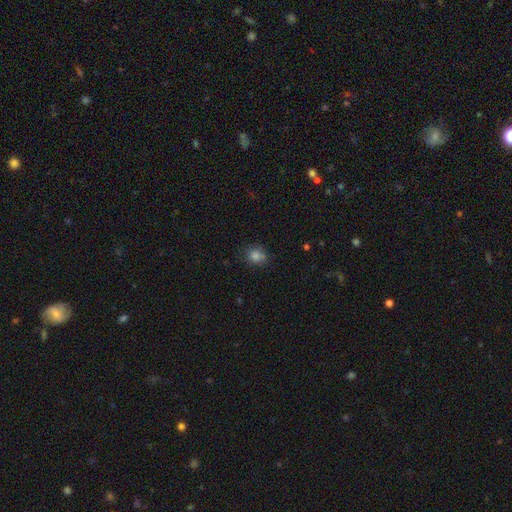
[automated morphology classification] Q: Smooth or featured?
A: smooth (82%); runner-up: star or artifact (12%)
Q: How rounded?
A: round (63%); runner-up: in between (36%)
Q: Merging?
A: none (77%); runner-up: minor disturbance (17%)